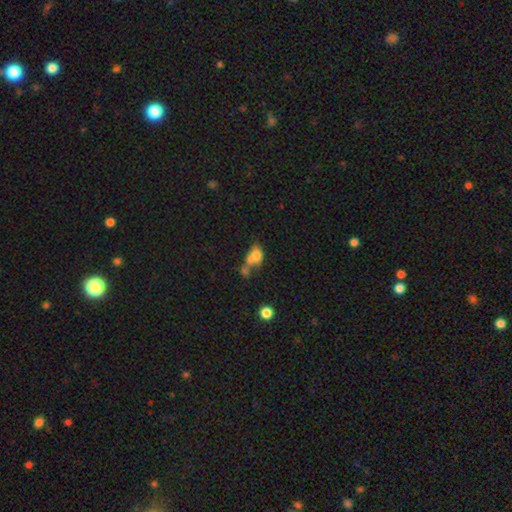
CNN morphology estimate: This is likely a smooth galaxy (64%). How rounded: likely in between (65%). Merging: possibly merger (59%).